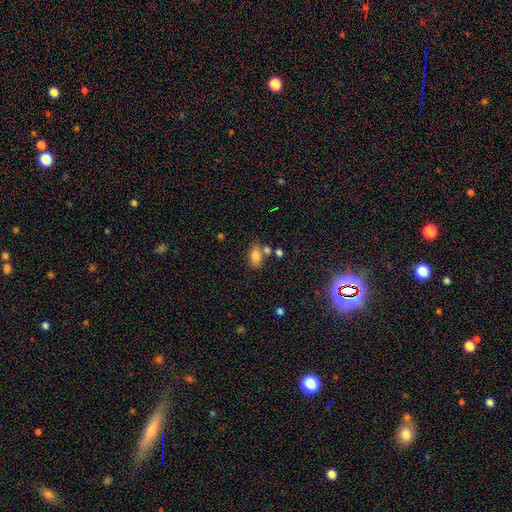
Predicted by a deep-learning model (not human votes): Morphology: type=smooth (81%); roundness=in between (88%); merging=none (59%).